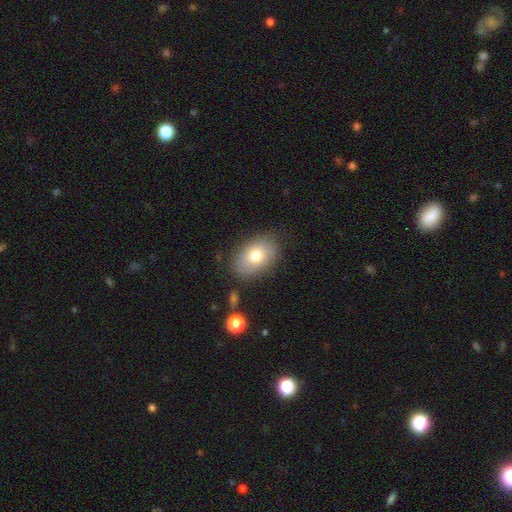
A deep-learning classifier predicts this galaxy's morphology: Overall: smooth (76%). How rounded: in between (86%). Merging: none (80%).